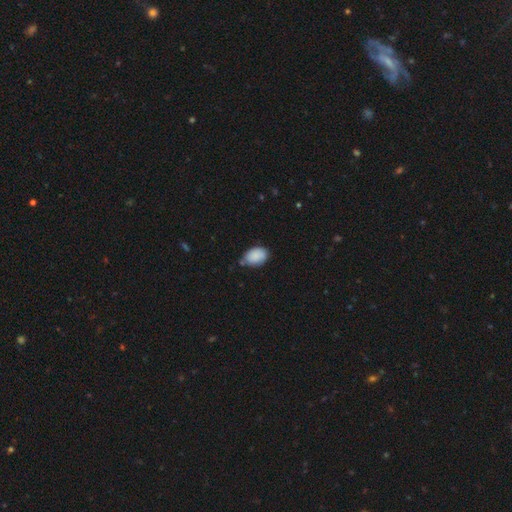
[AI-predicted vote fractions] Smooth or featured? Predicted: smooth (p=0.87). How rounded? Predicted: in between (p=0.86). Merging? Predicted: none (p=0.60).